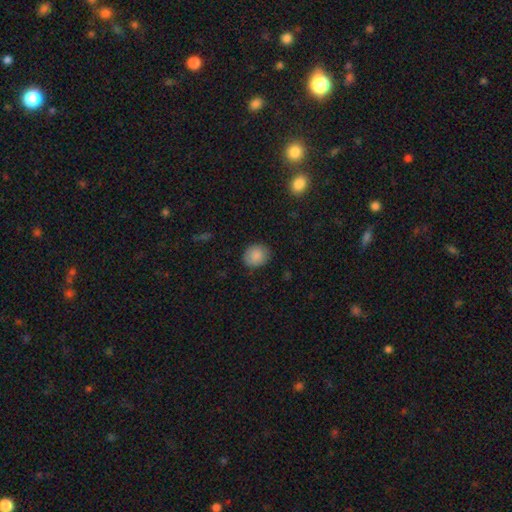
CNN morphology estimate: The model was most divided on "how rounded": round: 70%, in between: 29%, cigar-shaped: 1%. More confident: smooth or featured — smooth (87%); merging — none (84%).